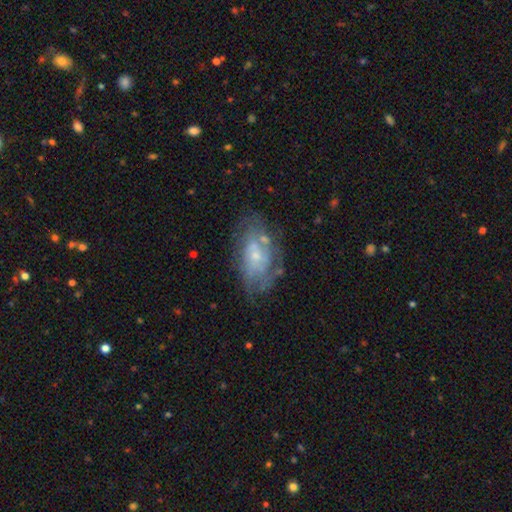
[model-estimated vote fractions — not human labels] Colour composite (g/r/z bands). It shows a featured or disk galaxy (66%) with no bar (78%), spiral arms (58%) and a small central bulge (65%). Merging: none (56%).